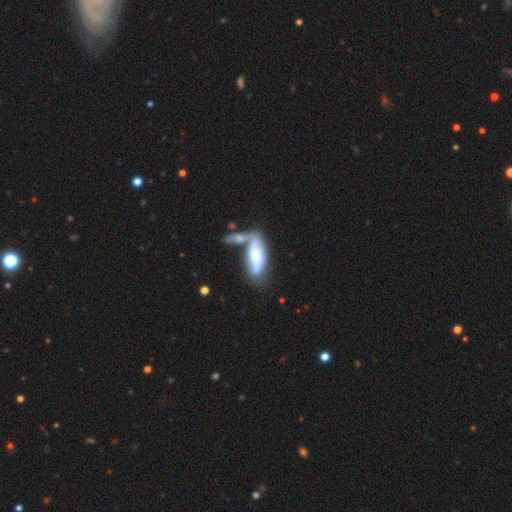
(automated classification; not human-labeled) This appears to be a smooth galaxy with no disk features (52%) that is in between round and cigar-shaped (72%). Merging: merger (45%).